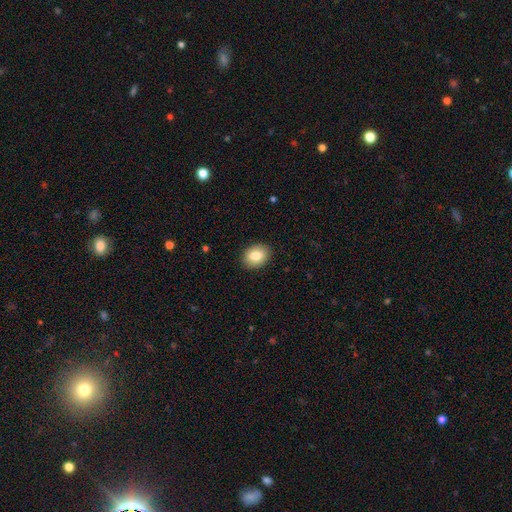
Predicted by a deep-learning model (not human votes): Overall: smooth (83%). How rounded: in between (64%; round 35%). Merging: none (90%).